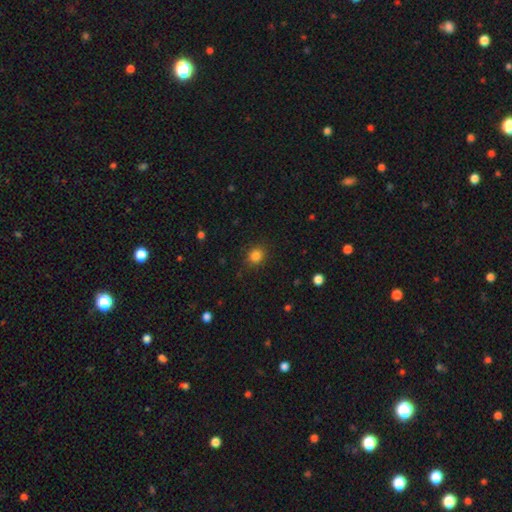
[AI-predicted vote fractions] smooth_or_featured: smooth (p=0.84) [alt: star or artifact p=0.12]
how_rounded: round (p=0.78) [alt: in between p=0.21]
merging: none (p=0.87) [alt: minor disturbance p=0.10]